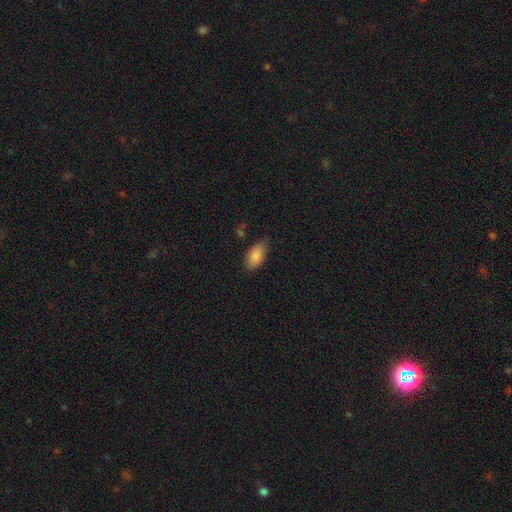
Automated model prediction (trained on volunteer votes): smooth_or_featured: smooth (p=0.87) [alt: star or artifact p=0.07]
how_rounded: in between (p=0.93) [alt: cigar-shaped p=0.04]
merging: none (p=0.72) [alt: minor disturbance p=0.22]